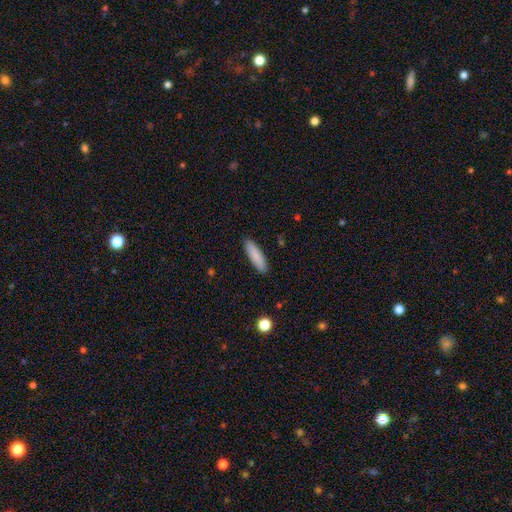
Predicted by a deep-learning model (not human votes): A smooth galaxy with no disk features (86%) that is cigar-shaped (66%).

Vote fractions:
- Smooth or featured? smooth: 86% / featured or disk: 8% / star or artifact: 6%
- How rounded? cigar-shaped: 66% / in between: 32% / round: 1%
- Merging? none: 90% / minor disturbance: 7% / major disturbance: 2% / merger: 1%